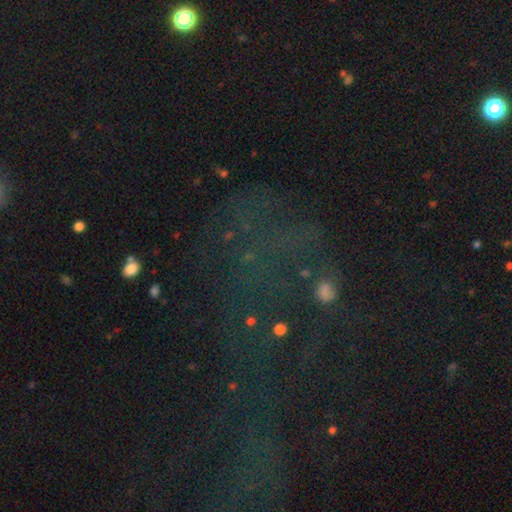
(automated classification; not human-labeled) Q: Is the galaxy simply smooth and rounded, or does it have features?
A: star or artifact — 60%.